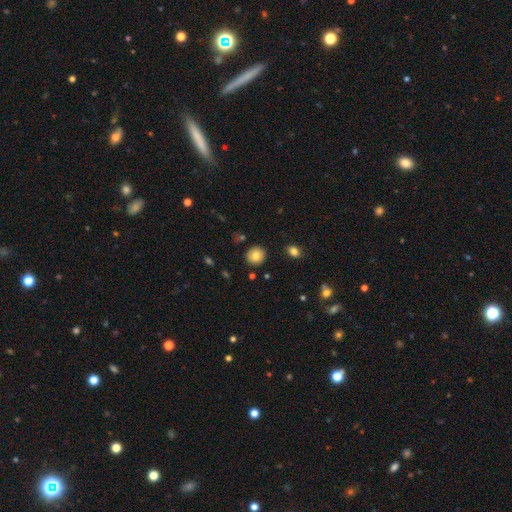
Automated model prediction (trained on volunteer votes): Overall: smooth (82%). How rounded: round (89%). Merging: none (89%).